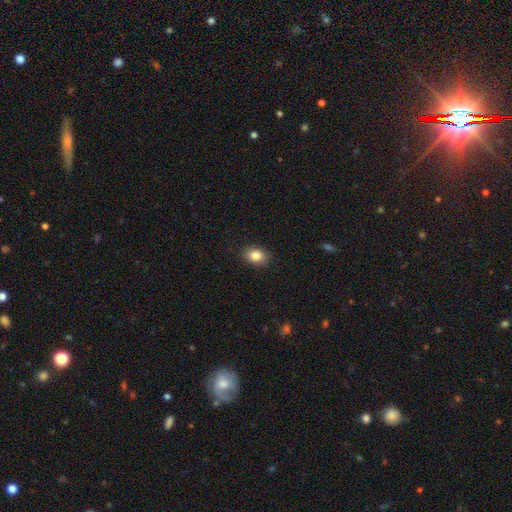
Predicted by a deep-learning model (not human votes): smooth_or_featured: smooth (p=0.85) [alt: star or artifact p=0.09]
how_rounded: in between (p=0.66) [alt: round p=0.33]
merging: none (p=0.88) [alt: minor disturbance p=0.09]